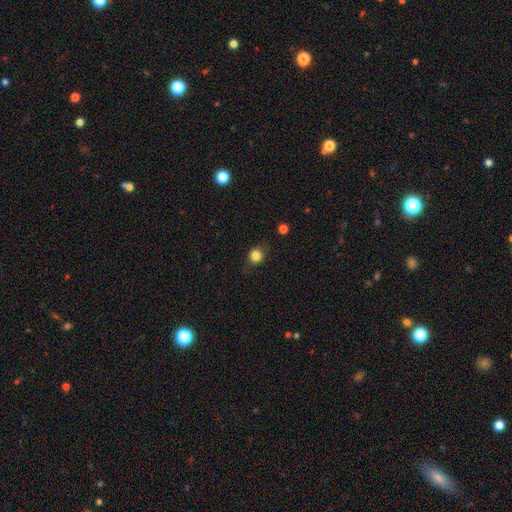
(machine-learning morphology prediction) This is clearly a smooth galaxy (82%). How rounded: clearly round (81%). Merging: clearly none (82%).